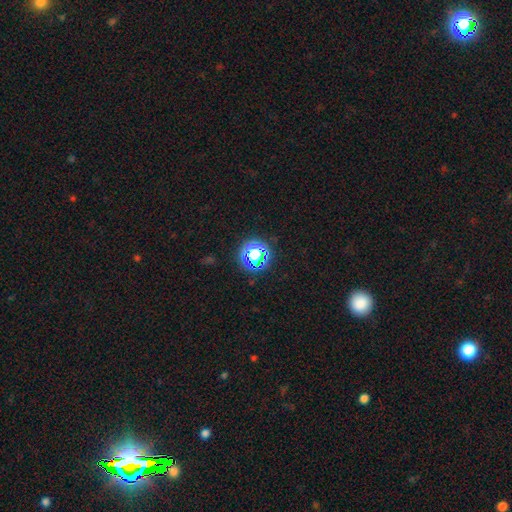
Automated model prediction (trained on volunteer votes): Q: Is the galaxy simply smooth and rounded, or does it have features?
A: star or artifact — 58%.